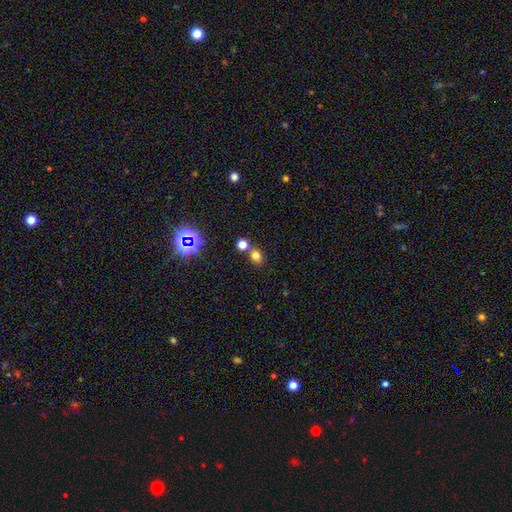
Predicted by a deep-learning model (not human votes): A smooth galaxy with no disk features (72%) that is round (54%). Merging: none (66%).